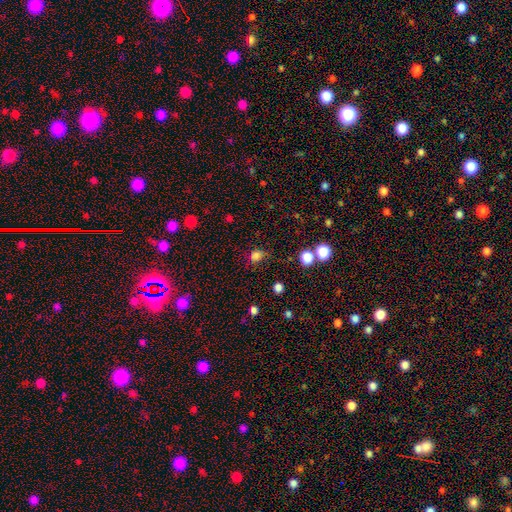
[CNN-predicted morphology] Smooth or featured? smooth (79%)
How rounded? round (61%)
Merging? none (66%)